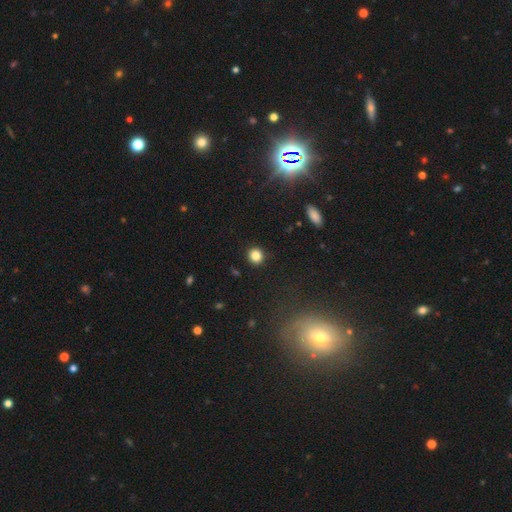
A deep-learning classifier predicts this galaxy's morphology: Q: Smooth or featured?
A: smooth (84%); runner-up: star or artifact (11%)
Q: How rounded?
A: round (90%); runner-up: in between (9%)
Q: Merging?
A: none (92%); runner-up: minor disturbance (5%)